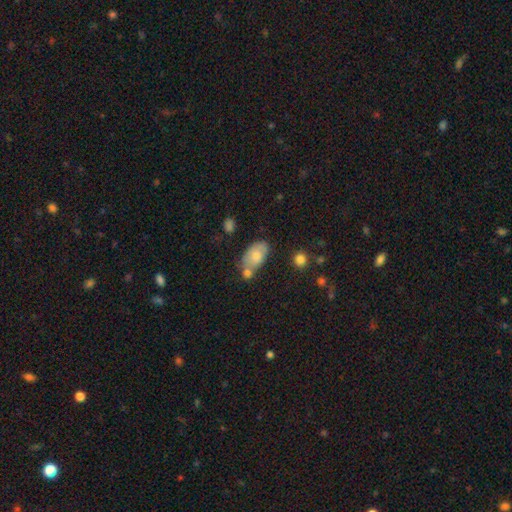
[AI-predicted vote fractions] smooth 69%, featured or disk 24%, star or artifact 8%. Down the decision tree: how rounded — in between (91%); merging — none (43%).